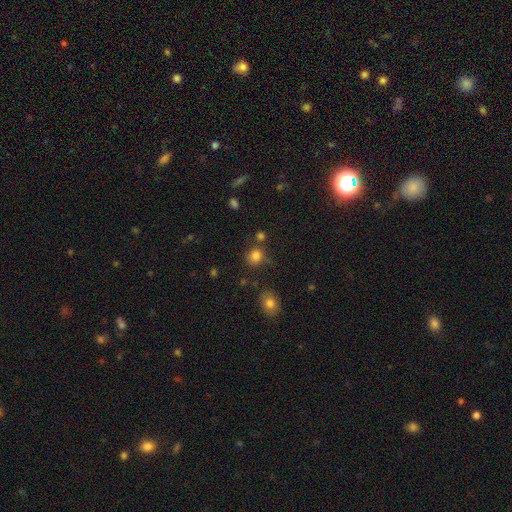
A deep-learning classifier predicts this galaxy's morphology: smooth-or-featured: smooth: 81% | star or artifact: 13% | featured or disk: 6%
  how-rounded: round: 81% | in between: 18% | cigar-shaped: 1%
  merging: none: 73% | minor disturbance: 13% | merger: 10% | major disturbance: 4%